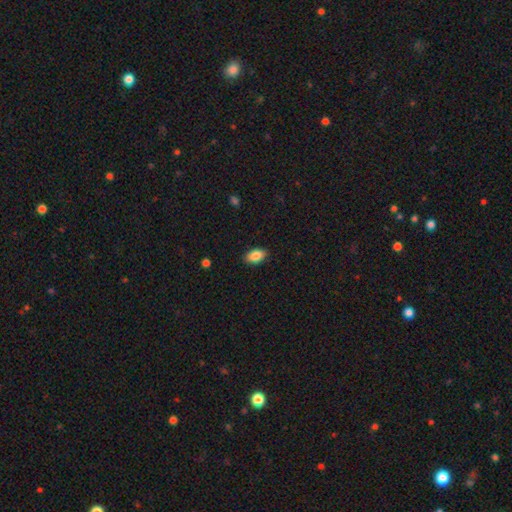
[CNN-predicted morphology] Overall: smooth (86%). How rounded: in between (91%). Merging: none (88%).